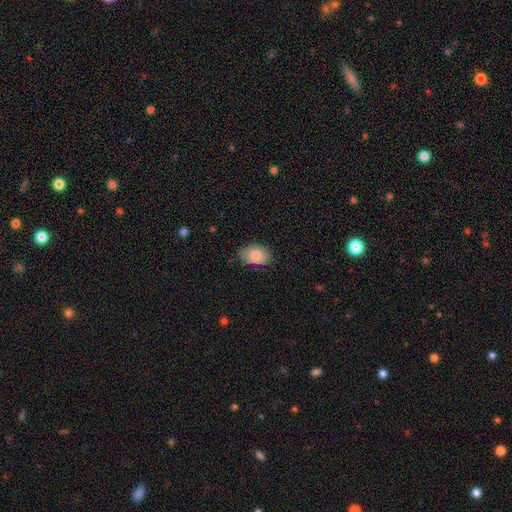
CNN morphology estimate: A smooth galaxy with no disk features (85%) that is in between round and cigar-shaped (84%).

Vote fractions:
- Smooth or featured? smooth: 85% / featured or disk: 8% / star or artifact: 7%
- How rounded? in between: 84% / round: 15% / cigar-shaped: 1%
- Merging? none: 75% / minor disturbance: 20% / major disturbance: 4% / merger: 1%